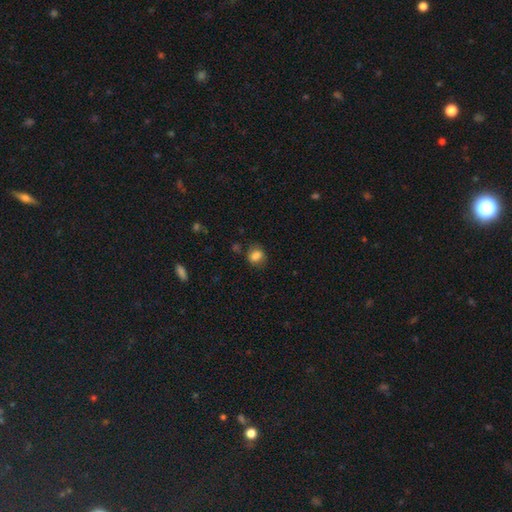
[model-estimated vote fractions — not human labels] This appears to be a smooth galaxy with no disk features (82%) that is in between round and cigar-shaped (54%). Merging: none (71%).